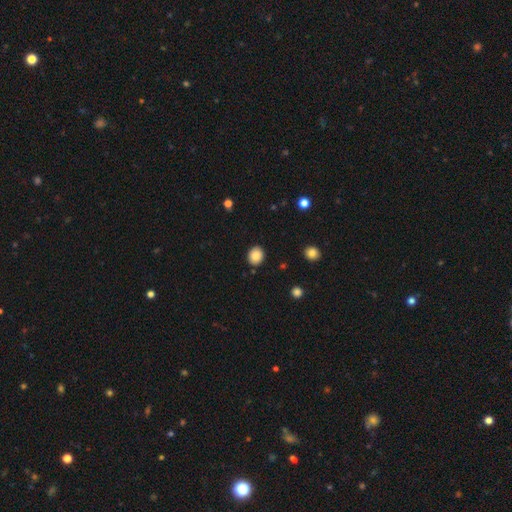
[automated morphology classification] Smooth or featured? smooth (87%)
How rounded? round (72%)
Merging? none (89%)